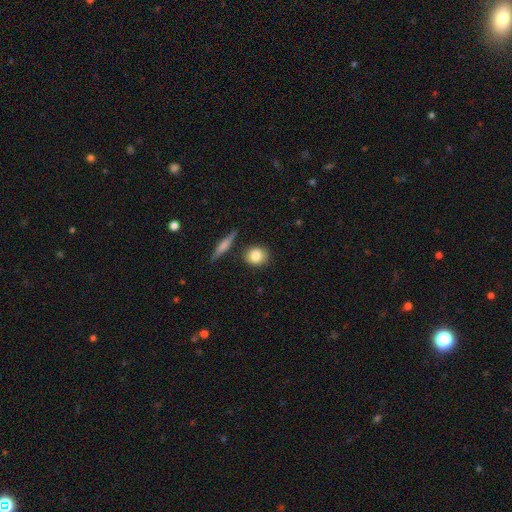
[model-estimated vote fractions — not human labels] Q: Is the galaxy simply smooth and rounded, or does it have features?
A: smooth — 82%.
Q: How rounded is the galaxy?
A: round — 70%.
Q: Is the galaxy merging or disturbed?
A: none — 81%.